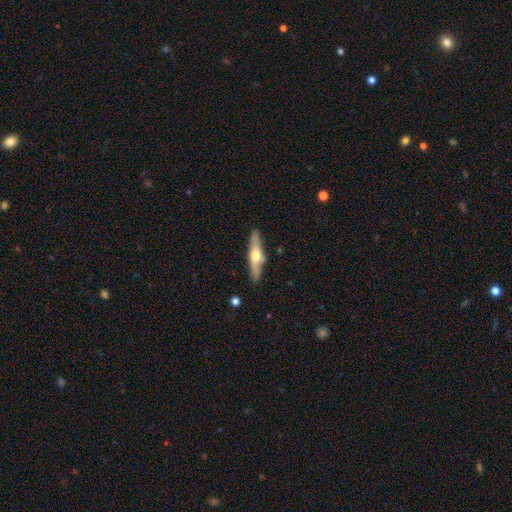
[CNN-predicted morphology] Q: Smooth or featured?
A: featured or disk (56%); runner-up: smooth (38%)
Q: Edge-on disk?
A: yes (91%); runner-up: no (9%)
Q: Edge-on bulge?
A: rounded (92%); runner-up: boxy (4%)
Q: Merging?
A: none (86%); runner-up: minor disturbance (10%)